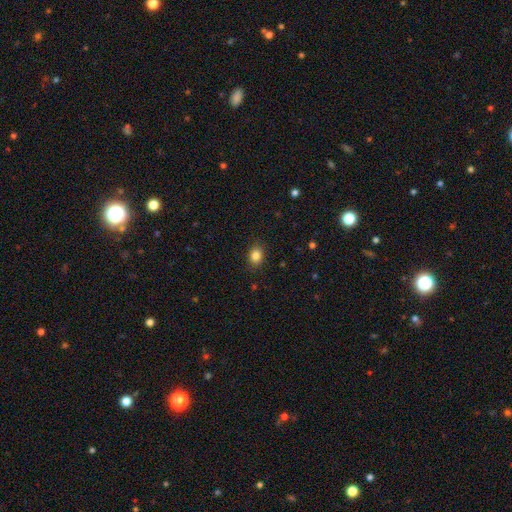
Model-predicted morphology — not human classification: type=smooth (84%); roundness=in between (59%); merging=none (87%).